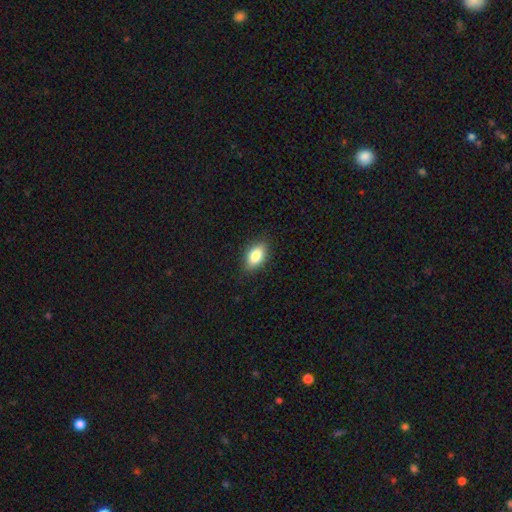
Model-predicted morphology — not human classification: This is clearly a smooth galaxy (81%). How rounded: clearly in between (87%). Merging: clearly none (84%).